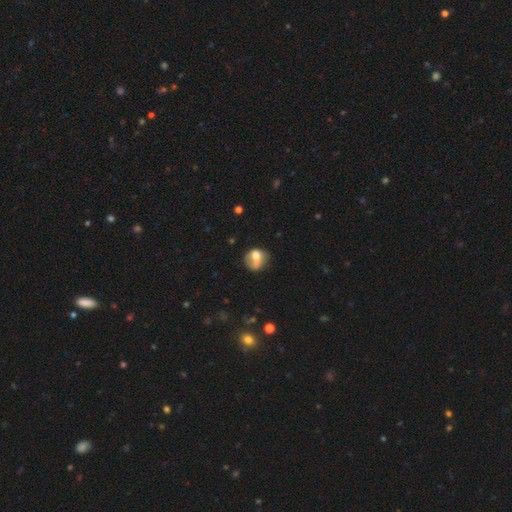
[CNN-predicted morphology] The model was most divided on "merging": none: 46%, minor disturbance: 29%, major disturbance: 18%, merger: 6%. More confident: how rounded — round (66%); smooth or featured — smooth (59%).